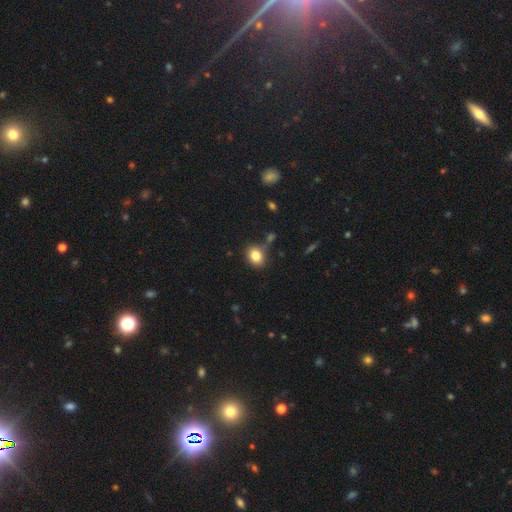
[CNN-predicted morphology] smooth_or_featured: smooth (p=0.83) [alt: star or artifact p=0.10]
how_rounded: round (p=0.50) [alt: in between p=0.49]
merging: none (p=0.75) [alt: minor disturbance p=0.15]